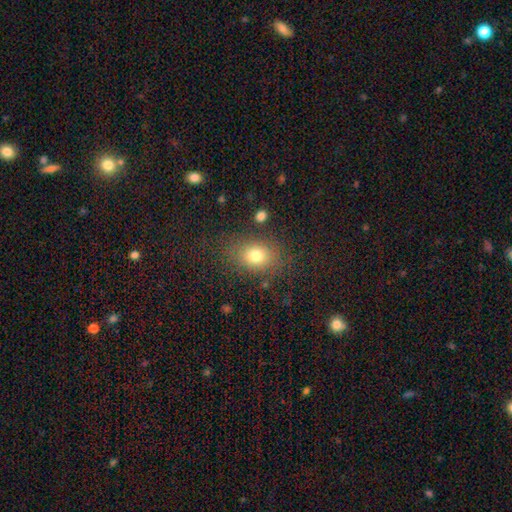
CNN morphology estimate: smooth 78%, star or artifact 12%, featured or disk 10%. Down the decision tree: how rounded — in between (65%); merging — none (79%).